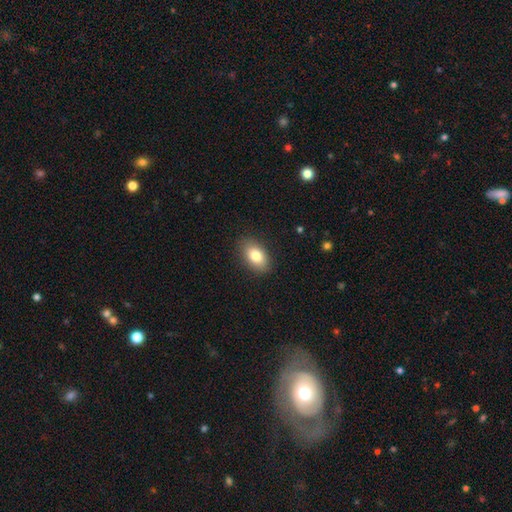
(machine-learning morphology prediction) The model was most divided on "smooth or featured": smooth: 82%, featured or disk: 10%, star or artifact: 7%. More confident: how rounded — in between (91%); merging — none (87%).